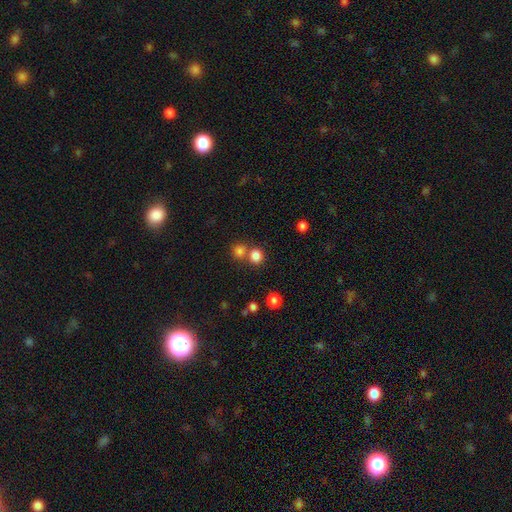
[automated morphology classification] Smooth or featured? Predicted: smooth (p=0.81). How rounded? Predicted: round (p=0.85). Merging? Predicted: none (p=0.62).